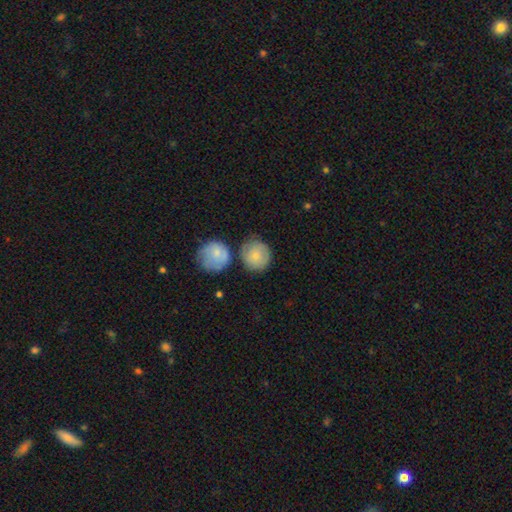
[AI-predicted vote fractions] A smooth galaxy with no disk features (79%) that is round (89%).

Vote fractions:
- Smooth or featured? smooth: 79% / featured or disk: 15% / star or artifact: 6%
- How rounded? round: 89% / in between: 10% / cigar-shaped: 1%
- Merging? none: 62% / merger: 17% / minor disturbance: 16% / major disturbance: 5%